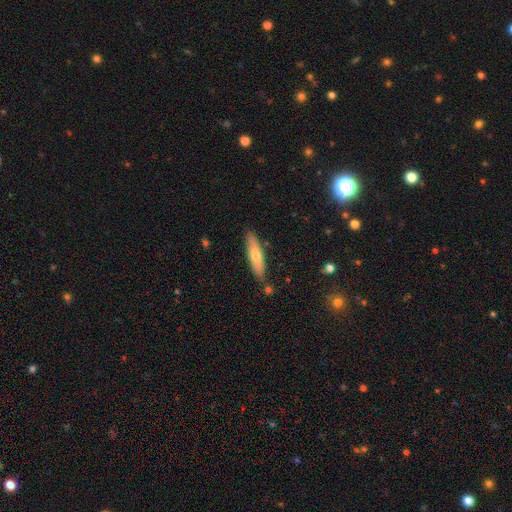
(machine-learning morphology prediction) Overall: smooth (64%; featured or disk 30%). How rounded: cigar-shaped (74%). Merging: none (82%).